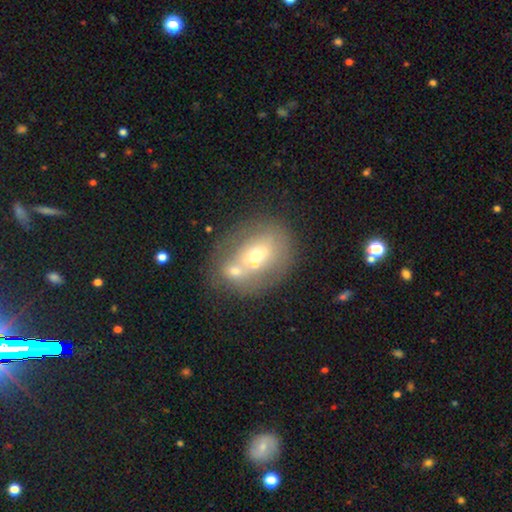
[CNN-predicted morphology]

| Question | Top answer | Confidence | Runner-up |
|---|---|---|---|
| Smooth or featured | smooth | 44% | featured or disk (43%) |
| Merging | merger | 45% | none (36%) |